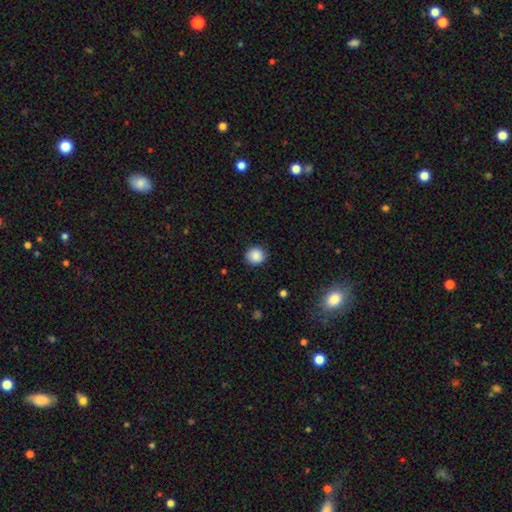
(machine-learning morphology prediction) Smooth or featured? smooth (88%)
How rounded? round (89%)
Merging? none (88%)